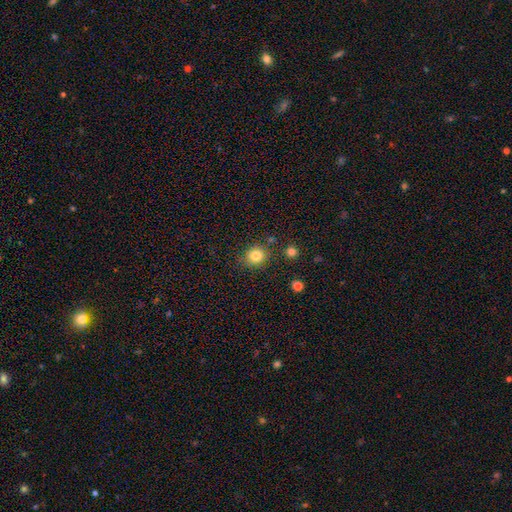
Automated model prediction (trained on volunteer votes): This appears to be a smooth galaxy with no disk features (83%) that is round (84%). Merging: none (82%).